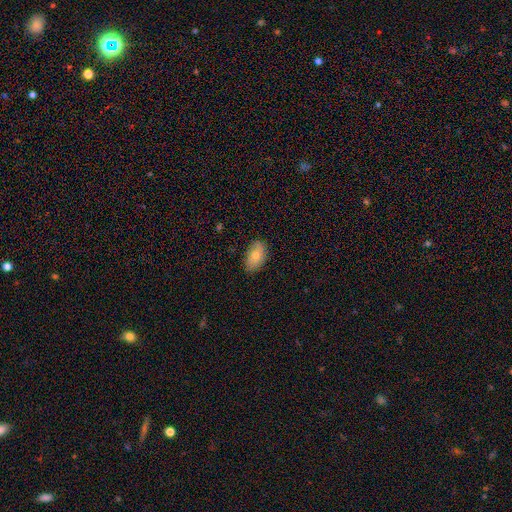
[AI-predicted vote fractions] Smooth or featured? Predicted: smooth (p=0.79). How rounded? Predicted: in between (p=0.93). Merging? Predicted: none (p=0.82).